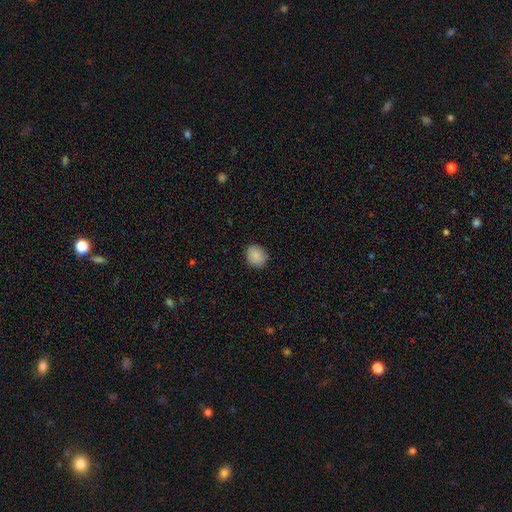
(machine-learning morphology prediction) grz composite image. It shows a smooth galaxy with no disk features (87%) that is round (63%). Merging: none (86%).